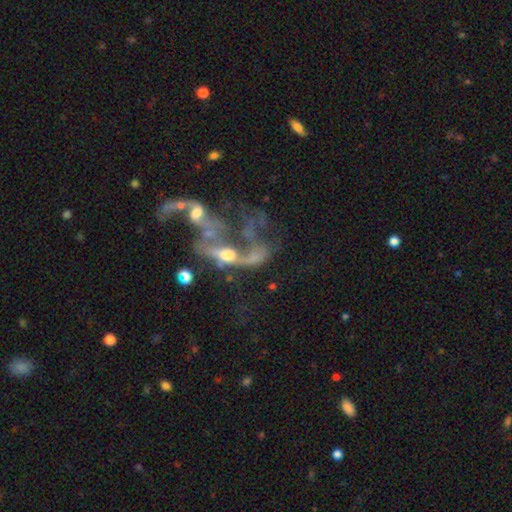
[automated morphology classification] type=featured or disk (60%); edge-on=no (86%); bar=no (68%); spiral arms=no (51%); bulge=moderate (49%); merging=merger (47%).